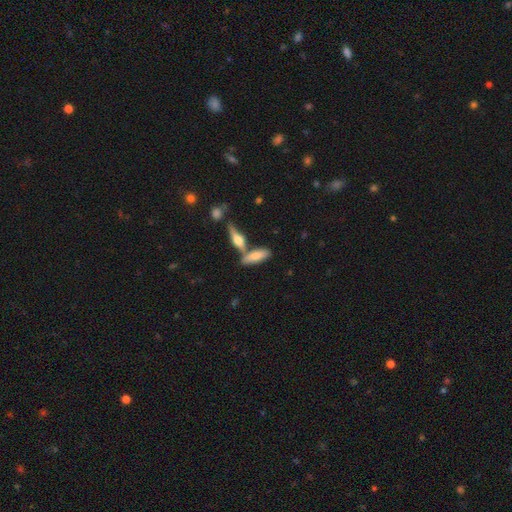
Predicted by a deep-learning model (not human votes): Smooth or featured? Predicted: smooth (p=0.64). How rounded? Predicted: in between (p=0.53). Merging? Predicted: none (p=0.55).